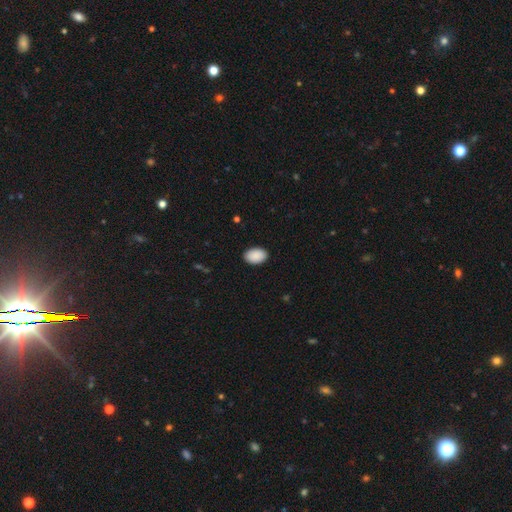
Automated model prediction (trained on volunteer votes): Smooth or featured? Predicted: smooth (p=0.91). How rounded? Predicted: in between (p=0.91). Merging? Predicted: none (p=0.90).